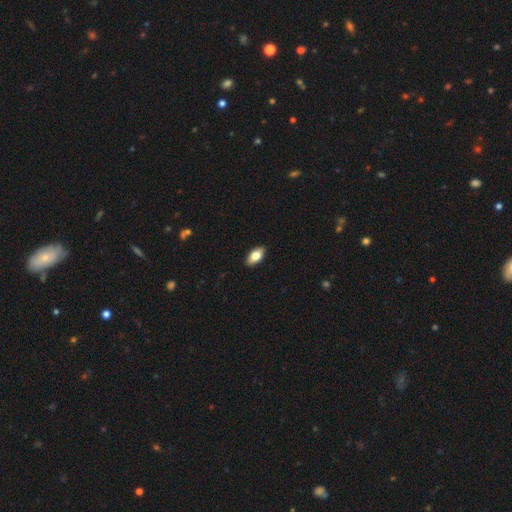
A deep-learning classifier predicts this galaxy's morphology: Smooth or featured? smooth (78%)
How rounded? in between (91%)
Merging? none (90%)